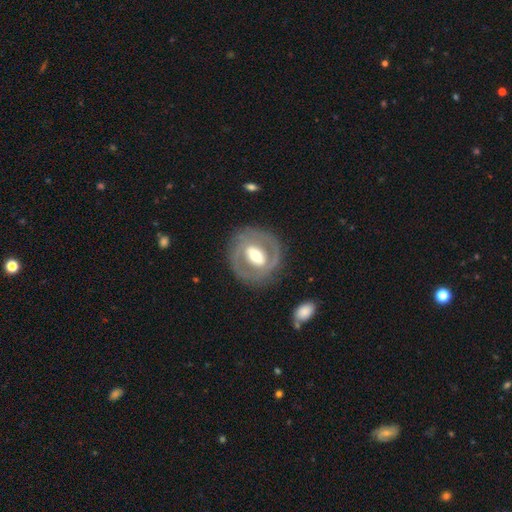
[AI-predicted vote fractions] Q: Smooth or featured?
A: featured or disk (75%); runner-up: smooth (20%)
Q: Edge-on disk?
A: no (95%); runner-up: yes (5%)
Q: Bar?
A: strong (43%); runner-up: weak (36%)
Q: Spiral arms?
A: yes (62%); runner-up: no (38%)
Q: Bulge size?
A: moderate (64%); runner-up: large (19%)
Q: Merging?
A: none (80%); runner-up: minor disturbance (12%)